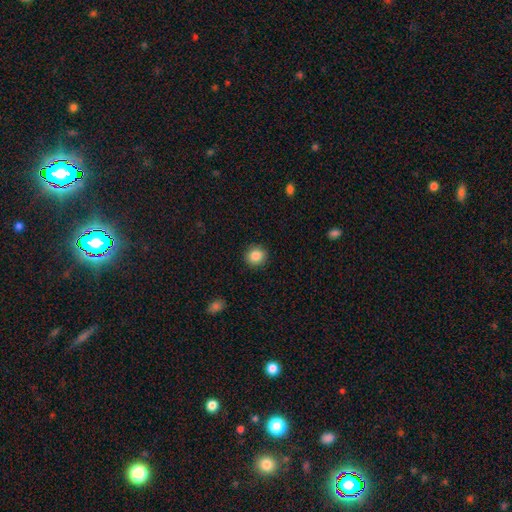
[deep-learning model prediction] This appears to be a smooth galaxy with no disk features (87%) that is round (85%). Merging: none (90%).